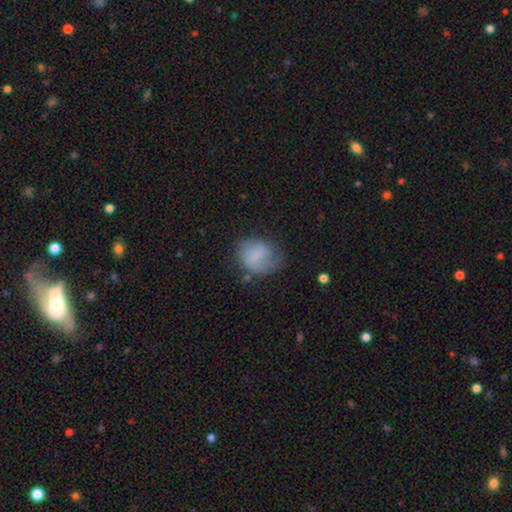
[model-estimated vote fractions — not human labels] smooth-or-featured: smooth: 61% | featured or disk: 31% | star or artifact: 8%
  how-rounded: round: 62% | in between: 37% | cigar-shaped: 1%
  merging: none: 53% | minor disturbance: 28% | major disturbance: 16% | merger: 3%